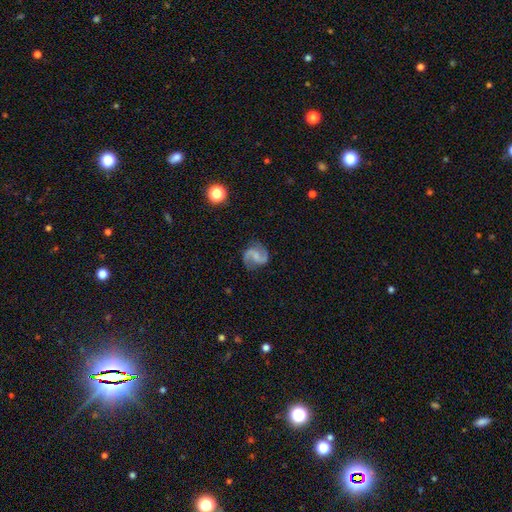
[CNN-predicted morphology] This is clearly a featured or disk galaxy (85%). It is clearly not viewed edge-on (98%). Bar: possibly weak (48%). Spiral arm pattern: clearly yes (97%). Spiral arm count: clearly 2 (93%). Spiral winding: possibly medium (48%). Central bulge: marginally none (42%). Merging: clearly none (80%).